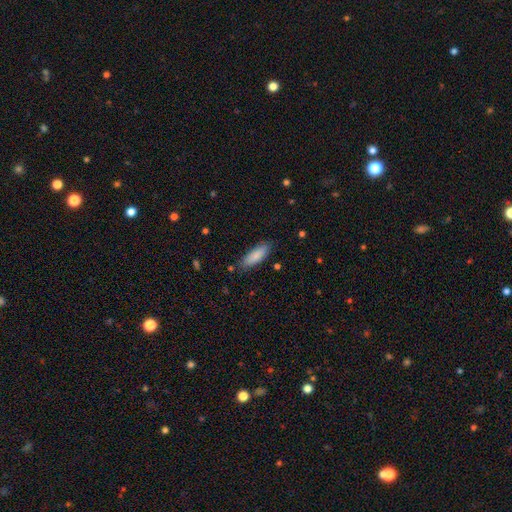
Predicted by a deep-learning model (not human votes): Overall: smooth (86%). How rounded: in between (57%; cigar-shaped 42%). Merging: none (83%).